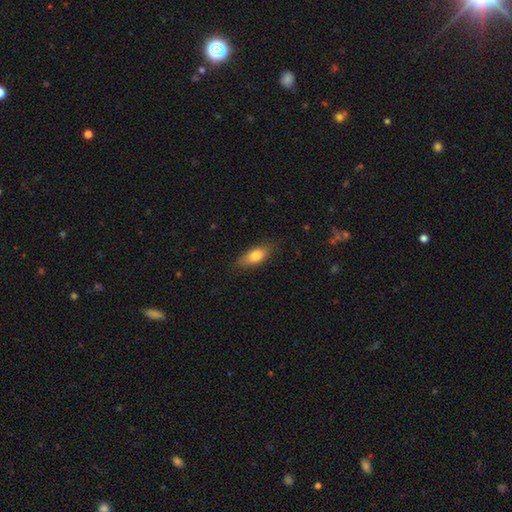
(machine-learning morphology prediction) smooth 74%, featured or disk 19%, star or artifact 7%. Down the decision tree: how rounded — in between (75%); merging — none (81%).